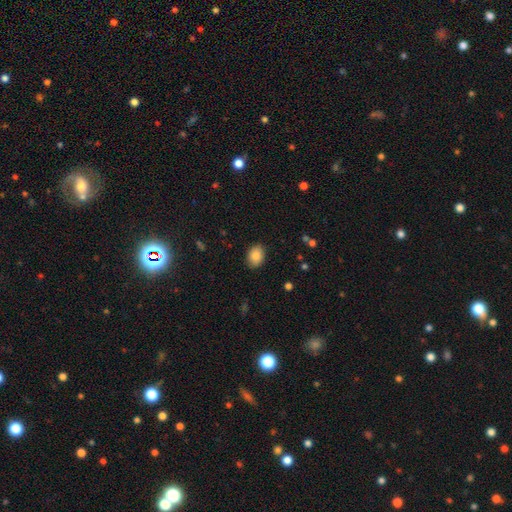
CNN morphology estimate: A smooth galaxy with no disk features (87%) that is in between round and cigar-shaped (71%). Merging: none (87%).